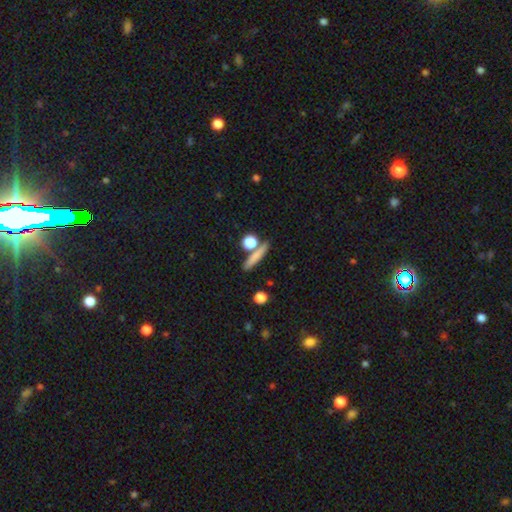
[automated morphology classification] smooth 75%, featured or disk 16%, star or artifact 9%. Down the decision tree: how rounded — cigar-shaped (69%); merging — none (75%).